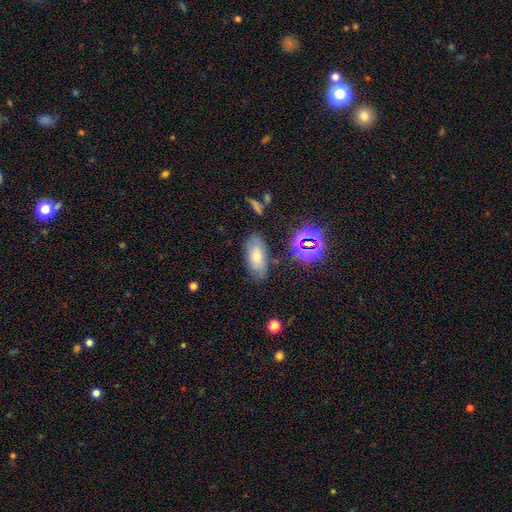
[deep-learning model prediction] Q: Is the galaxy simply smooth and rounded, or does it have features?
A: smooth — 51%.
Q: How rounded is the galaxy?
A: in between — 89%.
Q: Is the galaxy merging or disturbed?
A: none — 73%.